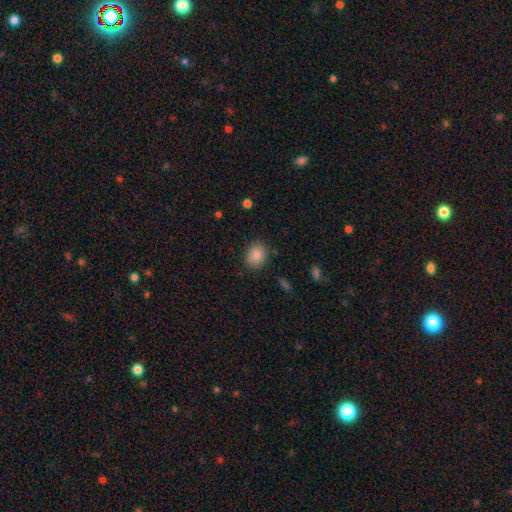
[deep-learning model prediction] Overall: smooth (86%). How rounded: round (51%; in between 48%). Merging: none (82%).